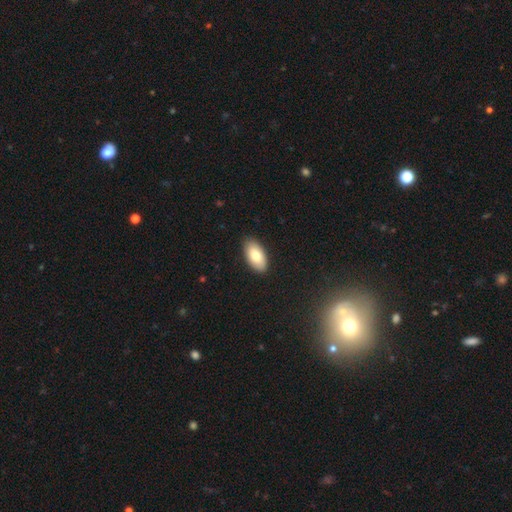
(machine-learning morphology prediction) type=smooth (78%); roundness=in between (95%); merging=none (87%).